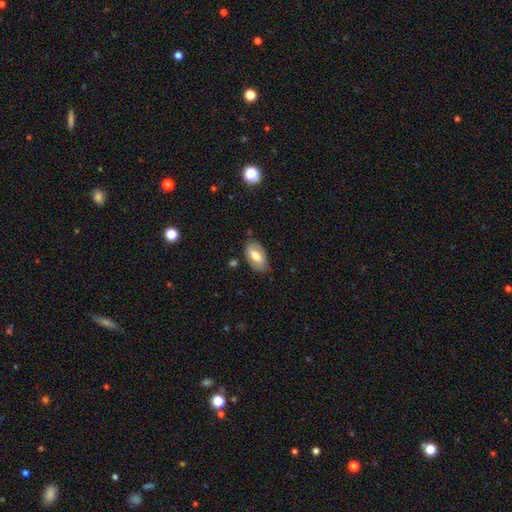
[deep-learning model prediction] The model was most divided on "smooth or featured": smooth: 58%, featured or disk: 36%, star or artifact: 6%. More confident: how rounded — in between (93%); merging — none (78%).